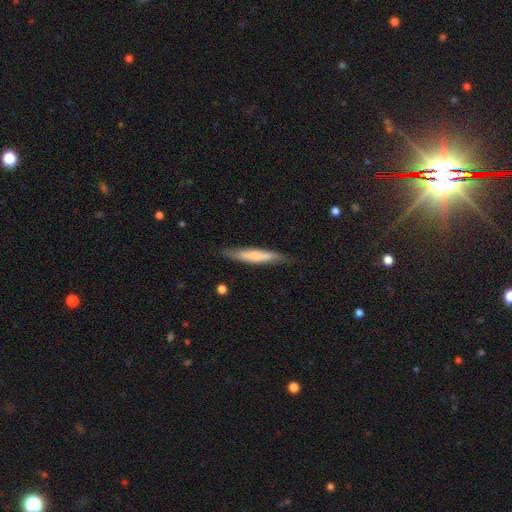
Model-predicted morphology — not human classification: Smooth or featured? smooth (55%)
How rounded? cigar-shaped (89%)
Merging? none (82%)